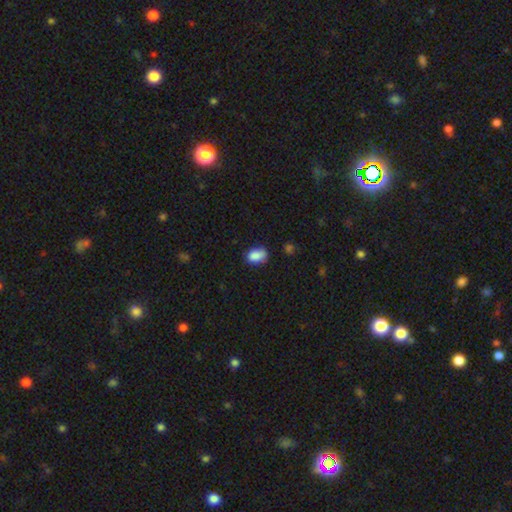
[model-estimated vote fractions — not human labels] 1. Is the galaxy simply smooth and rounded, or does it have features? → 86% smooth, 9% star or artifact, 5% featured or disk.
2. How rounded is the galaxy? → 81% in between, 18% round, 1% cigar-shaped.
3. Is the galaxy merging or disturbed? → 63% none, 28% minor disturbance, 5% major disturbance, 3% merger.